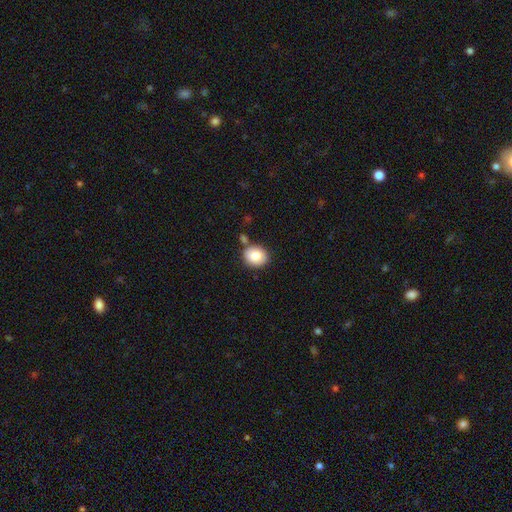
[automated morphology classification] Smooth or featured: smooth — 82% (featured or disk — 10%)
How rounded: round — 74% (in between — 25%)
Merging: none — 76% (minor disturbance — 11%)